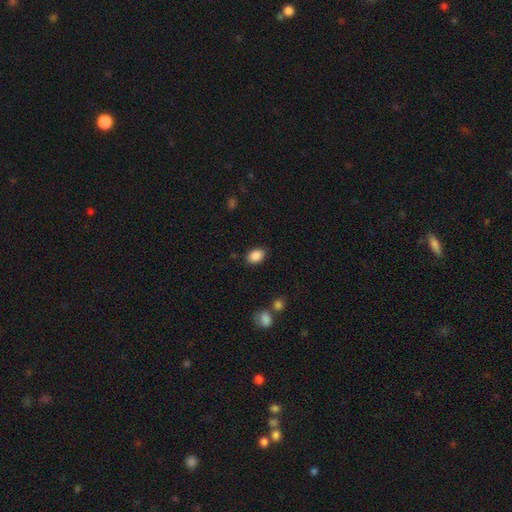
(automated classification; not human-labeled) A smooth galaxy with no disk features (88%) that is in between round and cigar-shaped (77%). Merging: none (85%).